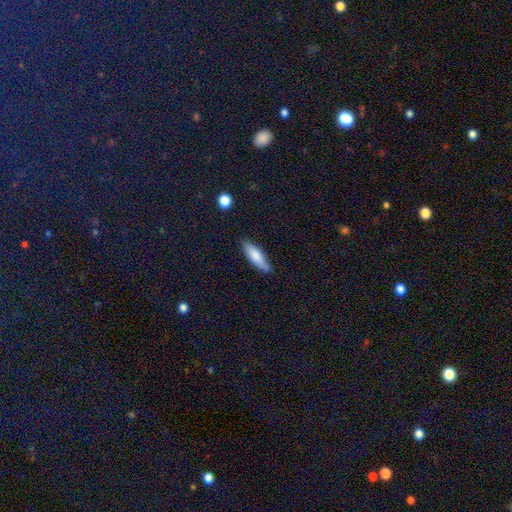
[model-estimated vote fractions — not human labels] Smooth or featured: smooth — 75% (featured or disk — 19%)
How rounded: cigar-shaped — 61% (in between — 38%)
Merging: none — 79% (minor disturbance — 16%)